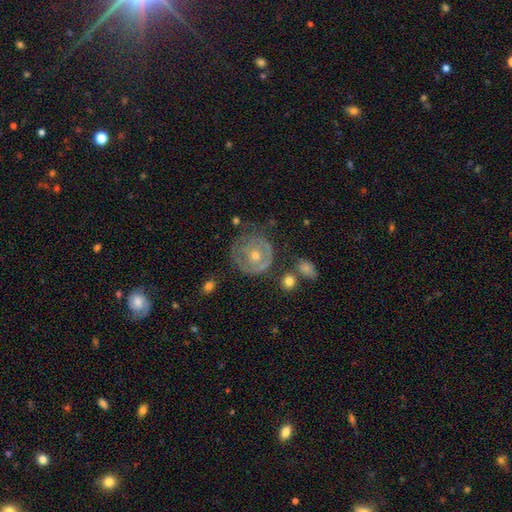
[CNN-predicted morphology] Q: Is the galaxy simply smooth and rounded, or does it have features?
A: featured or disk — 70%.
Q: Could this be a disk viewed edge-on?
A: no — 97%.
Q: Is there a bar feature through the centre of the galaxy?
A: no — 83%.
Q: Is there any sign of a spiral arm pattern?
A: yes — 61%.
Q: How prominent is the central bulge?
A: moderate — 58%.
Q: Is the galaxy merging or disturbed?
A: none — 64%.